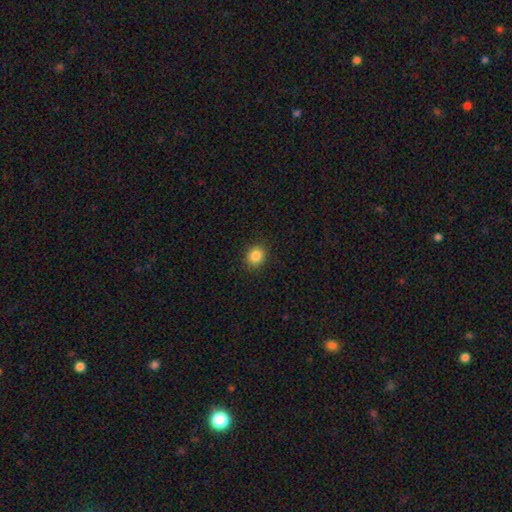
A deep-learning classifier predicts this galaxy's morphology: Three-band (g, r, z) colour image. It shows a smooth galaxy with no disk features (86%) that is round (77%). Merging: none (90%).